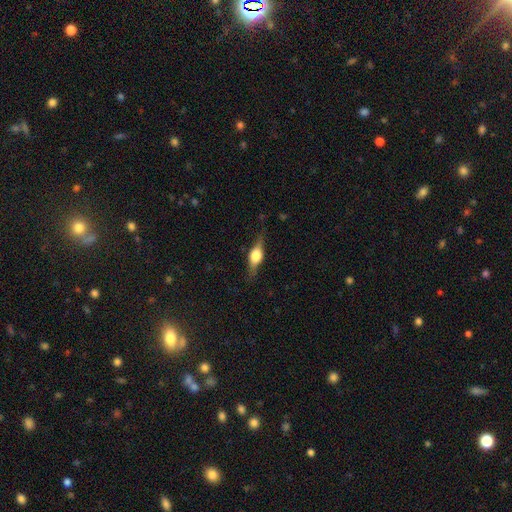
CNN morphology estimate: smooth_or_featured: featured or disk (p=0.60) [alt: smooth p=0.32]
disk_edge_on: yes (p=0.95) [alt: no p=0.05]
edge_on_bulge: rounded (p=0.91) [alt: boxy p=0.08]
merging: none (p=0.79) [alt: minor disturbance p=0.15]